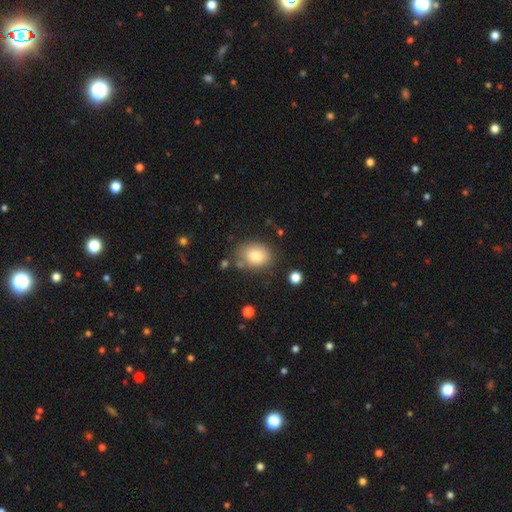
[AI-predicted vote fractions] Morphology: type=smooth (82%); roundness=in between (61%); merging=none (73%).